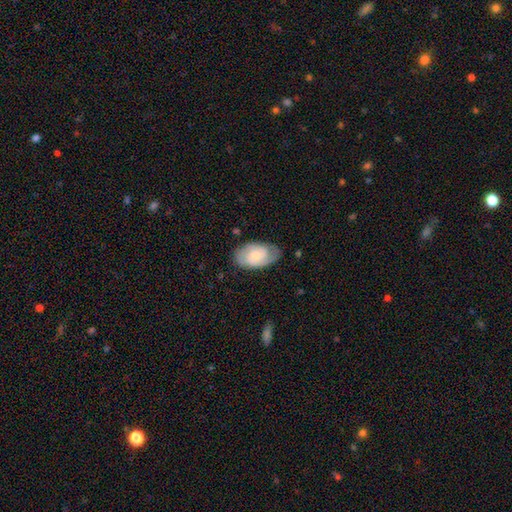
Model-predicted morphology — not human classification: type=featured or disk (57%); edge-on=no (95%); bar=no (68%); spiral arms=yes (87%); bulge=small (51%); merging=none (74%).